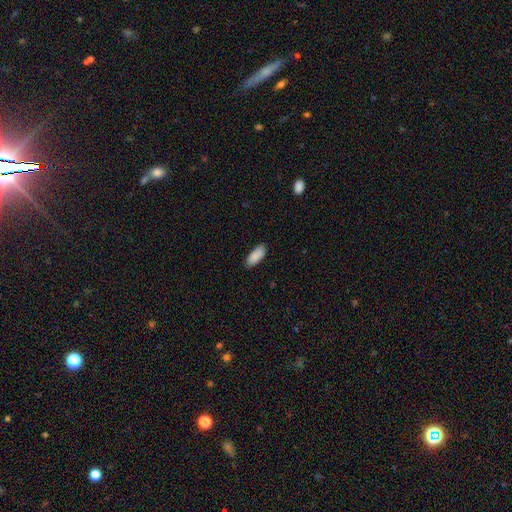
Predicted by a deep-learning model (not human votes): Smooth or featured?
  - smooth: 90% *
  - star or artifact: 6%
  - featured or disk: 4%
How rounded?
  - in between: 81% *
  - cigar-shaped: 17%
  - round: 2%
Merging?
  - none: 86% *
  - minor disturbance: 11%
  - major disturbance: 2%
  - merger: 1%